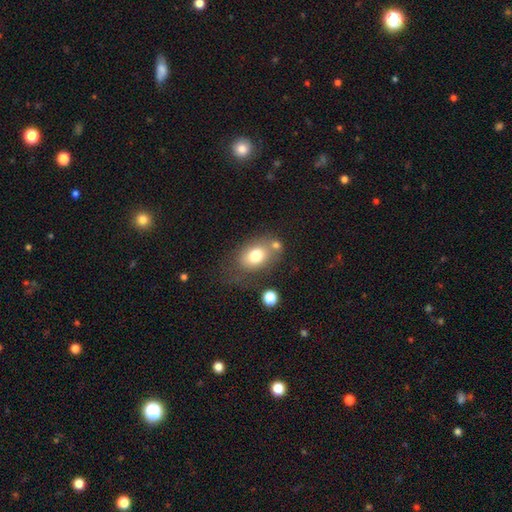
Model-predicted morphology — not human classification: Overall: smooth (75%). How rounded: in between (75%). Merging: none (53%; minor disturbance 19%).